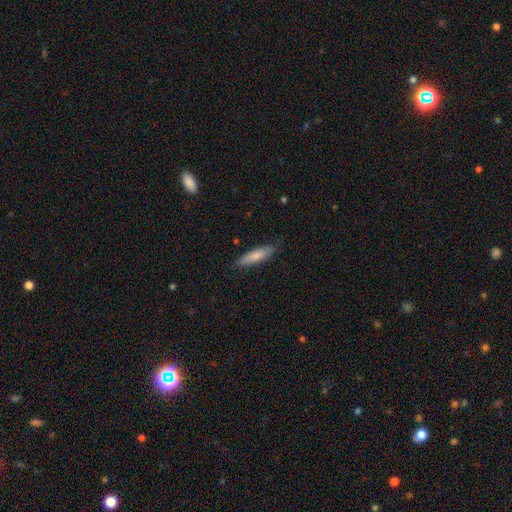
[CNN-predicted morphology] The model was most divided on "how rounded": cigar-shaped: 73%, in between: 26%, round: 1%. More confident: merging — none (84%); smooth or featured — smooth (76%).